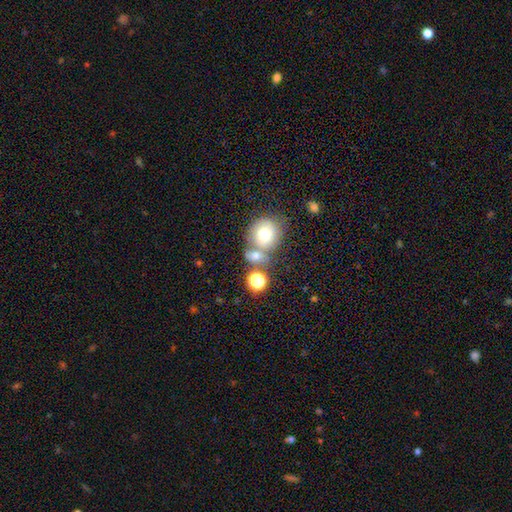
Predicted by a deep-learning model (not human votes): smooth 67%, star or artifact 17%, featured or disk 15%. Down the decision tree: how rounded — round (73%); merging — none (44%).